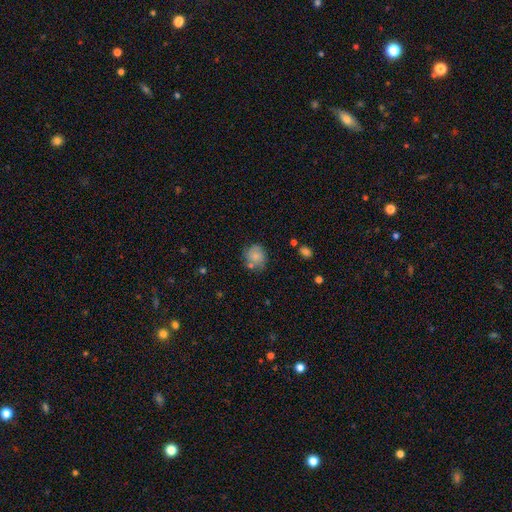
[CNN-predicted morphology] Smooth or featured?
  - smooth: 71% *
  - featured or disk: 20%
  - star or artifact: 9%
How rounded?
  - round: 79% *
  - in between: 20%
  - cigar-shaped: 1%
Merging?
  - none: 62% *
  - minor disturbance: 21%
  - merger: 11%
  - major disturbance: 7%